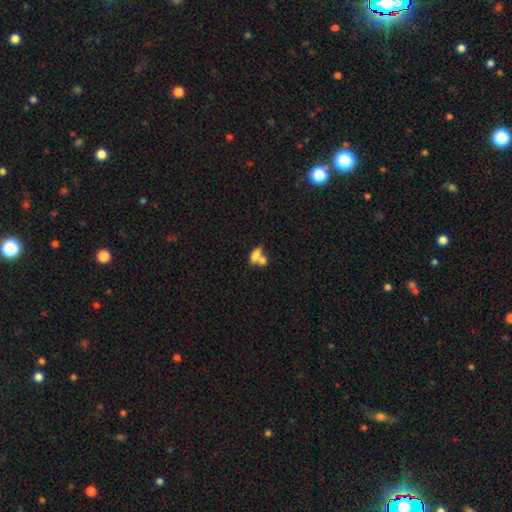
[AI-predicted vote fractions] Smooth or featured?
  - smooth: 72% *
  - featured or disk: 19%
  - star or artifact: 9%
How rounded?
  - in between: 83% *
  - round: 11%
  - cigar-shaped: 6%
Merging?
  - merger: 59% *
  - none: 27%
  - minor disturbance: 9%
  - major disturbance: 5%